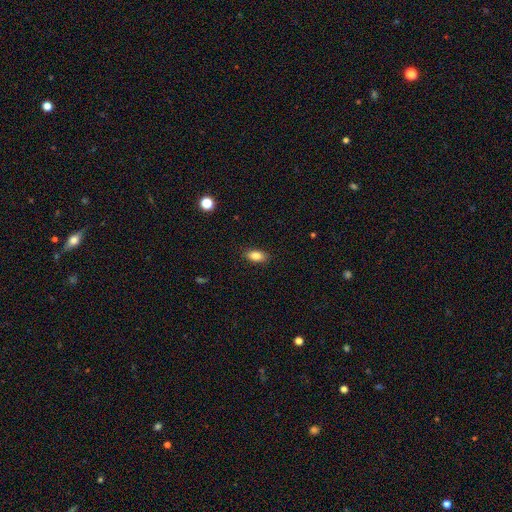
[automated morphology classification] Smooth or featured: smooth — 85% (star or artifact — 8%)
How rounded: in between — 88% (cigar-shaped — 7%)
Merging: none — 87% (minor disturbance — 9%)